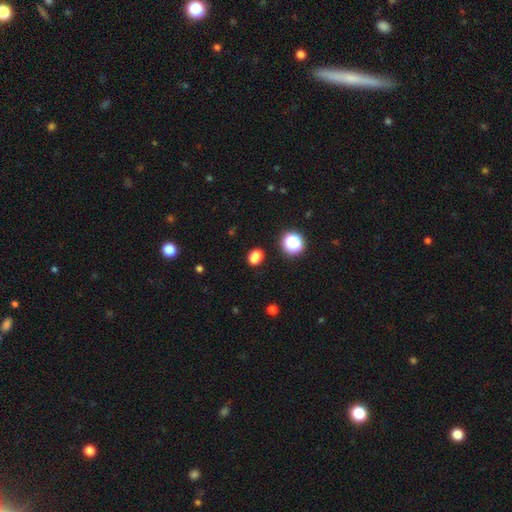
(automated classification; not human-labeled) Smooth or featured?
  - smooth: 72% *
  - star or artifact: 19%
  - featured or disk: 9%
How rounded?
  - round: 50% *
  - in between: 48%
  - cigar-shaped: 1%
Merging?
  - none: 52% *
  - merger: 32%
  - minor disturbance: 11%
  - major disturbance: 5%